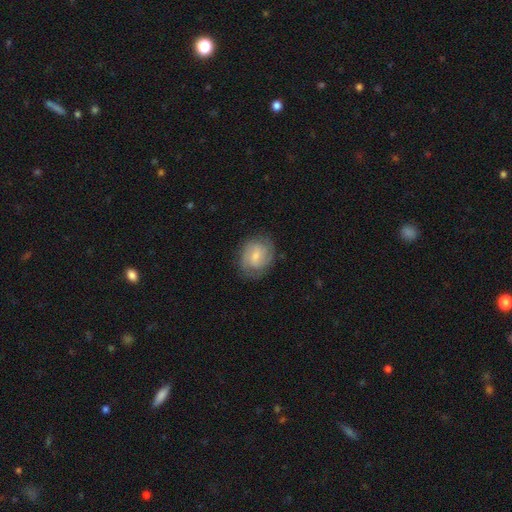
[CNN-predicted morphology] Q: Smooth or featured?
A: featured or disk (57%); runner-up: smooth (36%)
Q: Edge-on disk?
A: no (97%); runner-up: yes (3%)
Q: Bar?
A: weak (57%); runner-up: no (29%)
Q: Spiral arms?
A: yes (87%); runner-up: no (13%)
Q: Bulge size?
A: small (51%); runner-up: moderate (37%)
Q: Merging?
A: none (77%); runner-up: minor disturbance (16%)